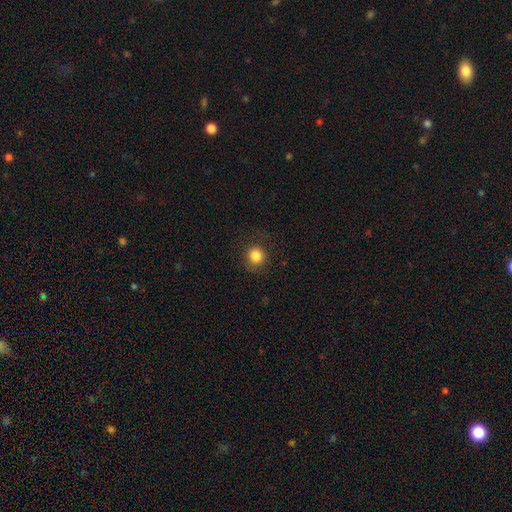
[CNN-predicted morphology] A smooth galaxy with no disk features (84%) that is round (90%). Merging: none (85%).